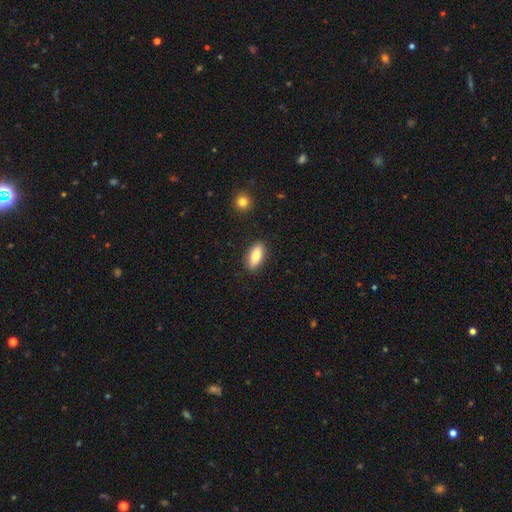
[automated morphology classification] Overall: smooth (84%). How rounded: in between (81%). Merging: none (89%).